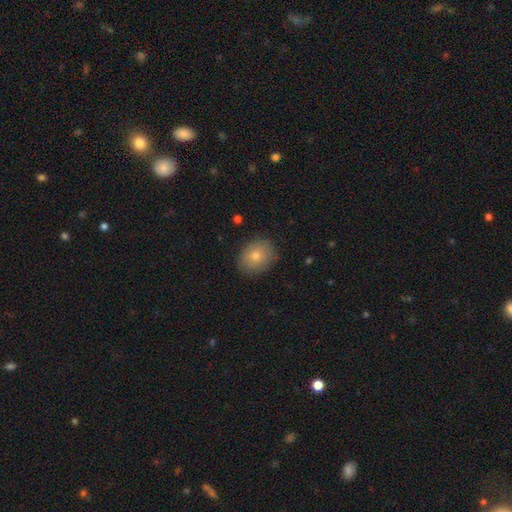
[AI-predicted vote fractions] A smooth galaxy with no disk features (75%) that is round (54%). Merging: none (88%).